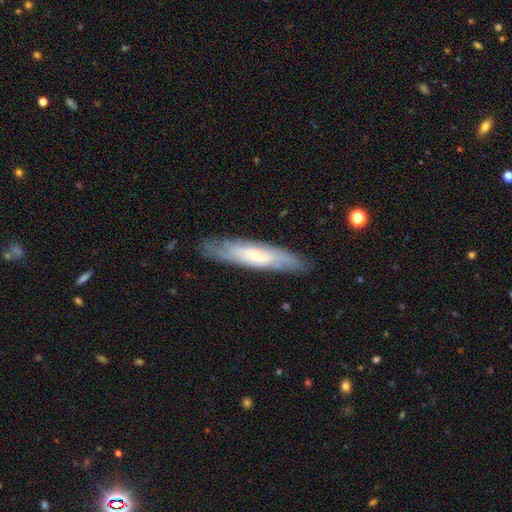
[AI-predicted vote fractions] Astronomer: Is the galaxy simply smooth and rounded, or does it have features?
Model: featured or disk — 63%.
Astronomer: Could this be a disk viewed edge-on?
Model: no — 56% (runner-up: yes, 44%).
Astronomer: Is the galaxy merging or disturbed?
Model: none — 82%.